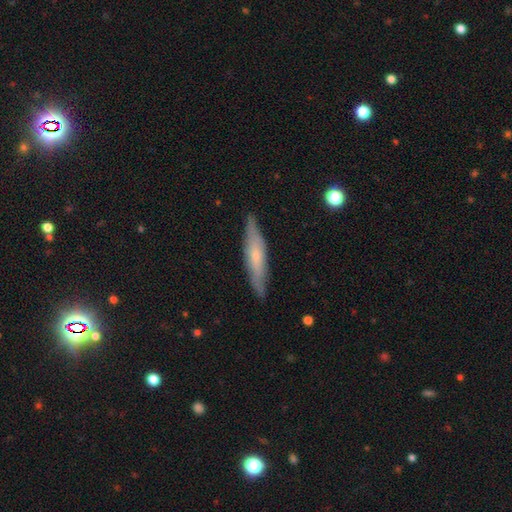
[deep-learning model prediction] A featured or disk galaxy (51%) viewed edge-on (79%).

Vote fractions:
- Smooth or featured? featured or disk: 51% / smooth: 42% / star or artifact: 6%
- Edge-on disk? yes: 79% / no: 21%
- Merging? none: 85% / minor disturbance: 12% / major disturbance: 2% / merger: 1%